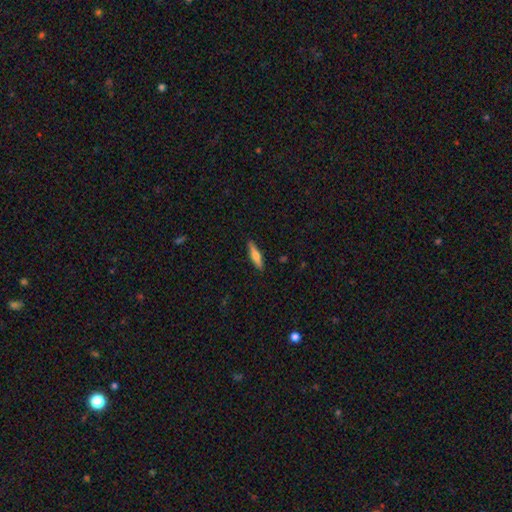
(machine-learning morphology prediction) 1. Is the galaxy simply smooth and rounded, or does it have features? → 60% smooth, 34% featured or disk, 6% star or artifact.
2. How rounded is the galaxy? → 77% cigar-shaped, 21% in between, 2% round.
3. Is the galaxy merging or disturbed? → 89% none, 8% minor disturbance, 2% major disturbance, 1% merger.